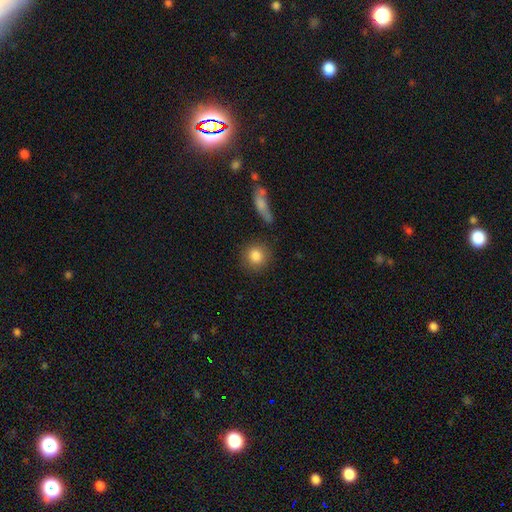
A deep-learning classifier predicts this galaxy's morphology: Smooth or featured? smooth (85%)
How rounded? round (89%)
Merging? none (83%)